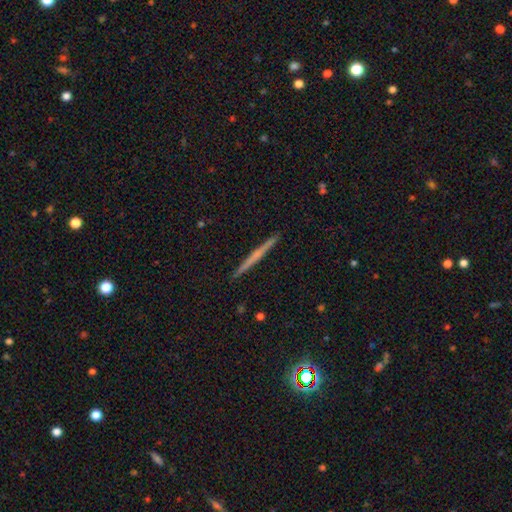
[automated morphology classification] A featured or disk galaxy (55%) viewed edge-on (98%) with no central bulge (76%). Merging: none (93%).